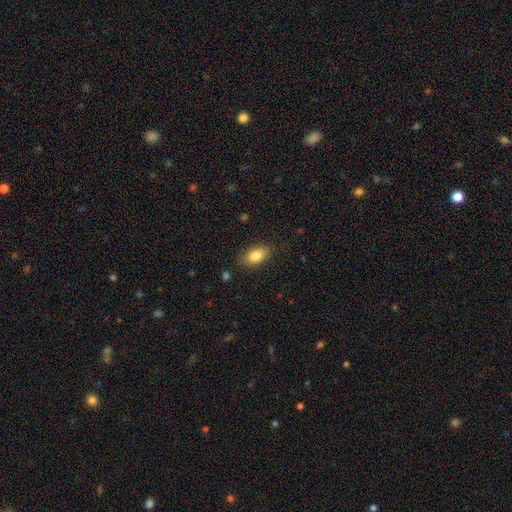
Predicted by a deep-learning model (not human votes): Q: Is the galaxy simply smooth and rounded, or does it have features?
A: smooth — 84%.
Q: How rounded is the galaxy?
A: in between — 89%.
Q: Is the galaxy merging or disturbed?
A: none — 84%.